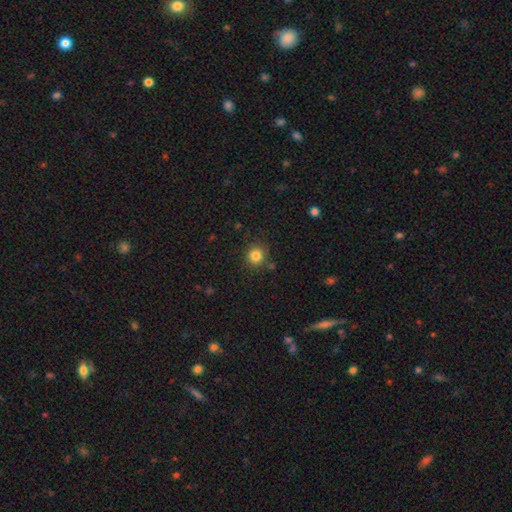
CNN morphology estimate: This appears to be a smooth galaxy with no disk features (83%) that is round (91%). Merging: none (85%).